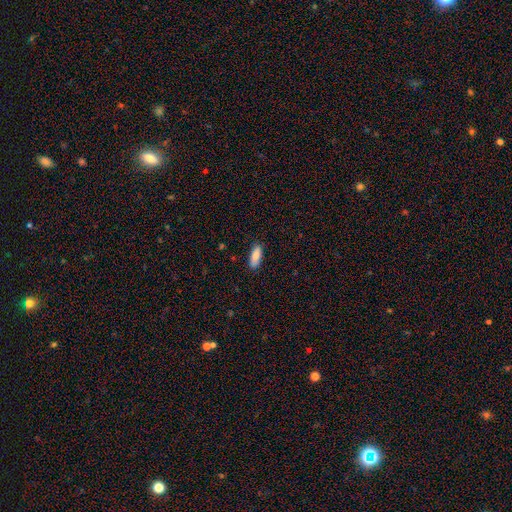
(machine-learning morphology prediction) Overall: smooth (84%). How rounded: in between (67%; cigar-shaped 31%). Merging: none (86%).